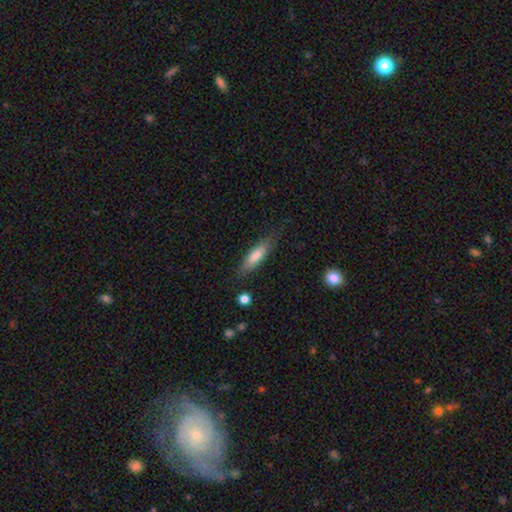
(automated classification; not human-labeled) Smooth or featured? smooth (76%)
How rounded? cigar-shaped (65%)
Merging? none (79%)